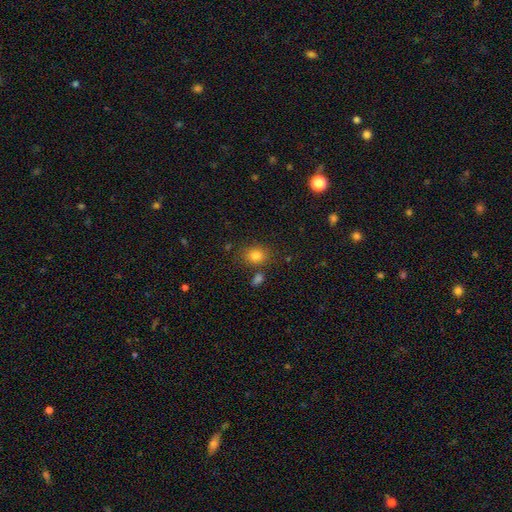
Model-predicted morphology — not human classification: Smooth or featured? smooth (82%)
How rounded? in between (61%)
Merging? none (76%)